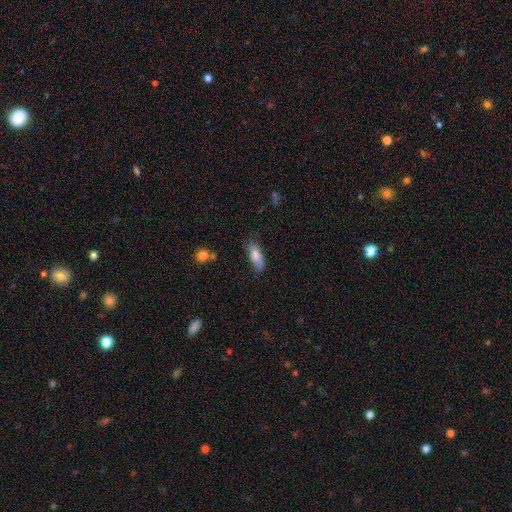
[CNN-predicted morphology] A smooth galaxy with no disk features (74%) that is in between round and cigar-shaped (61%). Merging: none (63%).